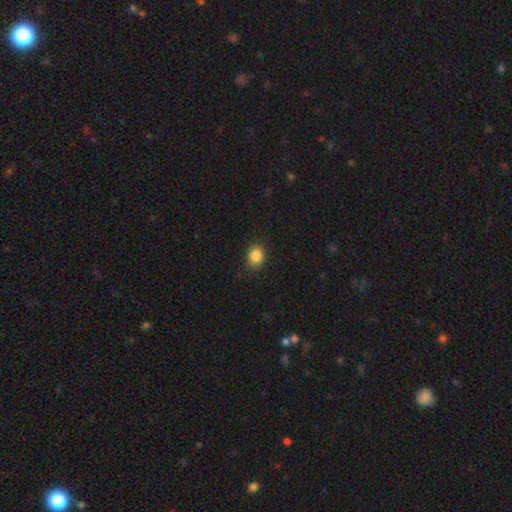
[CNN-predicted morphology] Overall: smooth (87%). How rounded: in between (55%; round 44%). Merging: none (89%).